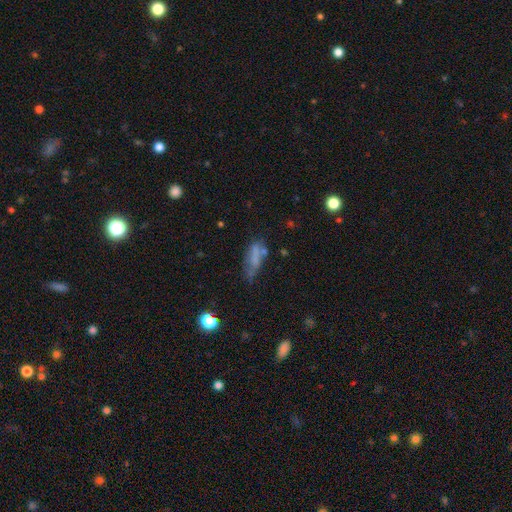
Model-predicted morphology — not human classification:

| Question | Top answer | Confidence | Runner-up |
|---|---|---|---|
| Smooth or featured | smooth | 62% | featured or disk (25%) |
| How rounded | in between | 58% | cigar-shaped (38%) |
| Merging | none | 39% | minor disturbance (30%) |